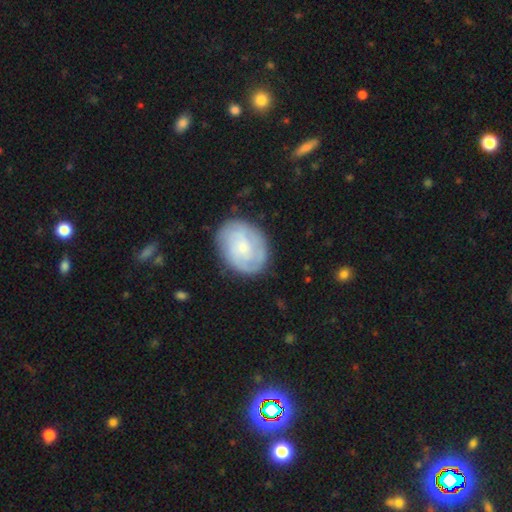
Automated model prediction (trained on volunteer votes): This is possibly a featured or disk galaxy (58%). It is clearly not viewed edge-on (97%). Bar: likely no (72%). Spiral arm pattern: likely yes (79%). Central bulge: likely small (69%). Merging: likely none (77%).